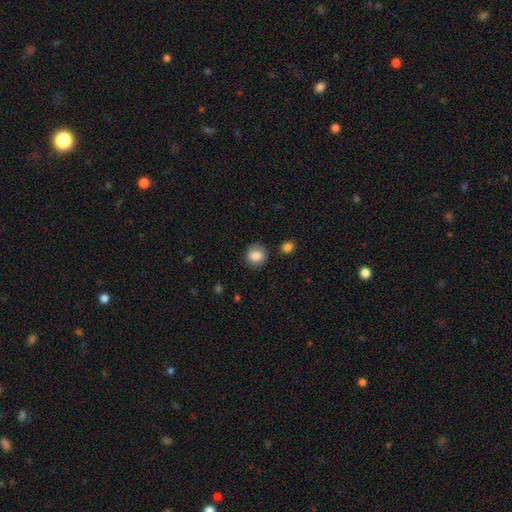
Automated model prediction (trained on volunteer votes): smooth_or_featured: smooth (p=0.84) [alt: star or artifact p=0.09]
how_rounded: round (p=0.87) [alt: in between p=0.13]
merging: none (p=0.85) [alt: minor disturbance p=0.10]